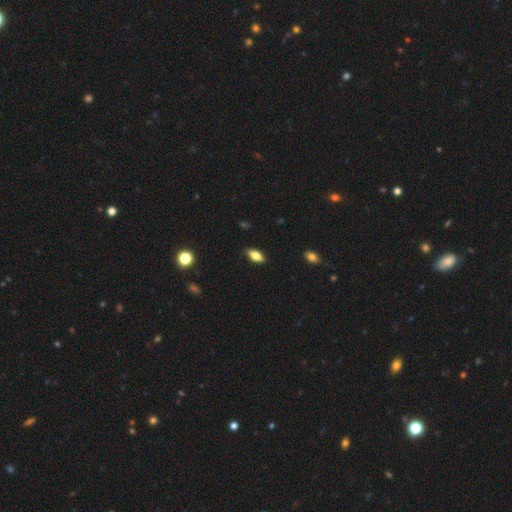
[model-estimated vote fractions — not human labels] Morphology: type=smooth (72%); roundness=in between (83%); merging=none (86%).